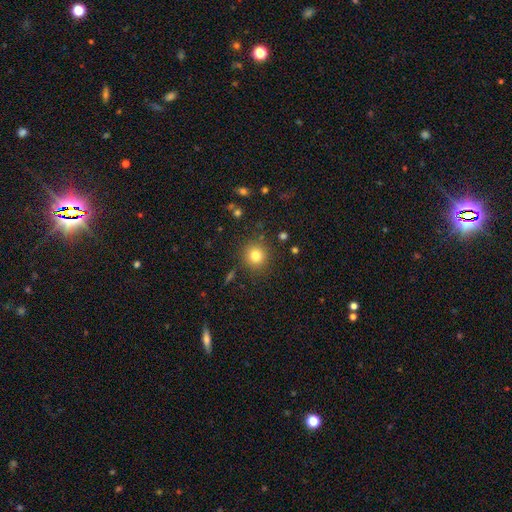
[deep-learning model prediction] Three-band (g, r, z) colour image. It shows a smooth galaxy with no disk features (80%) that is round (92%). Merging: none (88%).